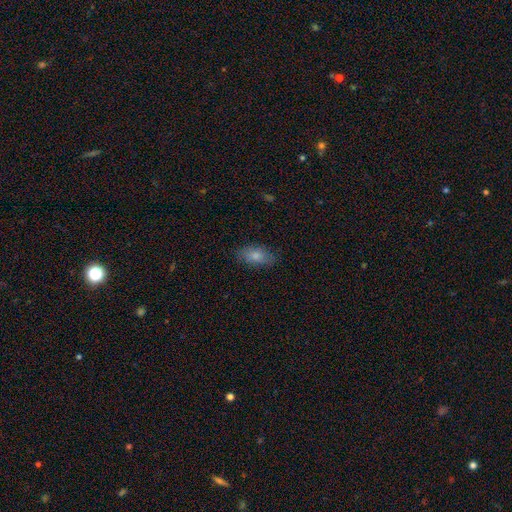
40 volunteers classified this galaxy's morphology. A smooth galaxy with no disk features (85%) that is in between round and cigar-shaped (94%). Merging: none (79%).